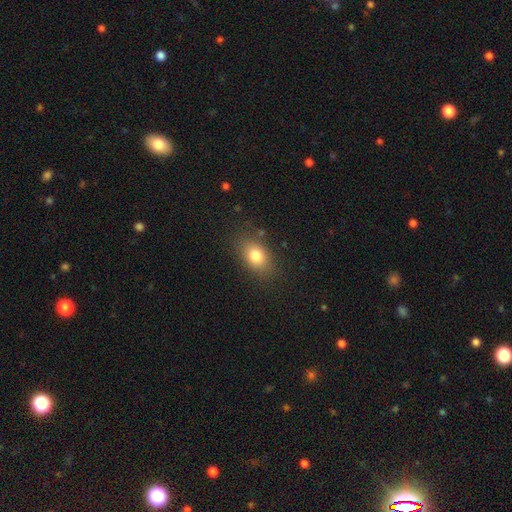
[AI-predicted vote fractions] smooth 80%, featured or disk 11%, star or artifact 10%. Down the decision tree: how rounded — in between (78%); merging — none (81%).